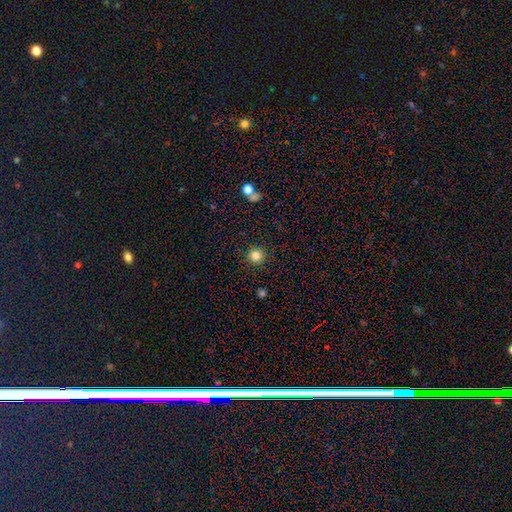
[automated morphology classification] Smooth or featured? Predicted: smooth (p=0.82). How rounded? Predicted: round (p=0.95). Merging? Predicted: none (p=0.92).